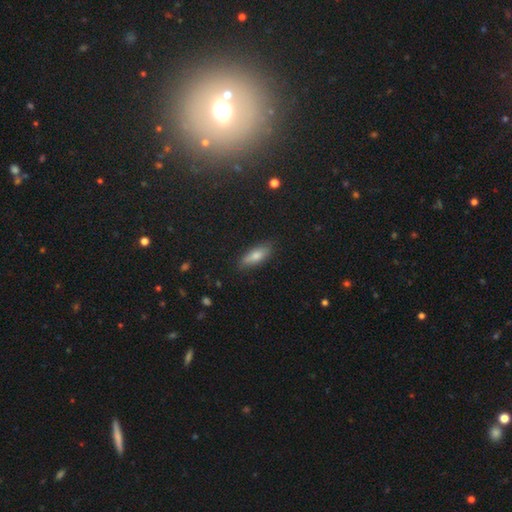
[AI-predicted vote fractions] Smooth or featured: smooth — 72% (featured or disk — 20%)
How rounded: in between — 62% (cigar-shaped — 36%)
Merging: none — 81% (minor disturbance — 15%)